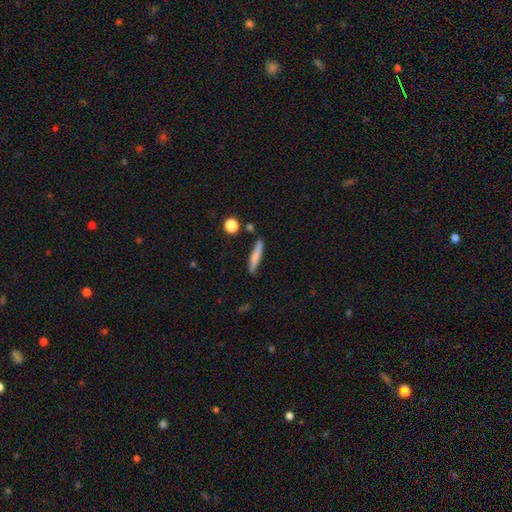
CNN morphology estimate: Smooth or featured? smooth (72%)
How rounded? cigar-shaped (89%)
Merging? none (78%)